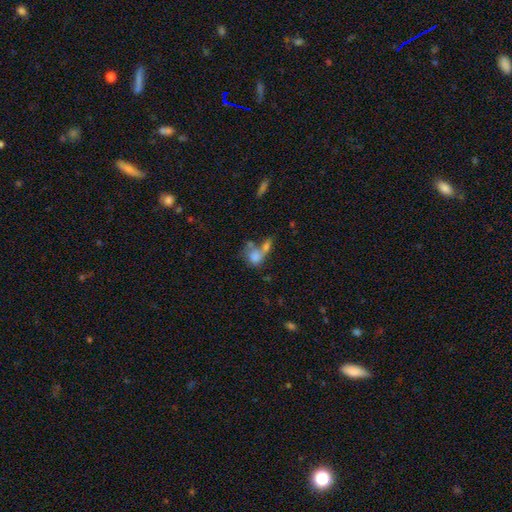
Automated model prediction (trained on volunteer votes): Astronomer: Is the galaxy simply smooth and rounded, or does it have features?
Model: smooth — 72%.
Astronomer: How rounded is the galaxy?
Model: in between — 51% (runner-up: round, 46%).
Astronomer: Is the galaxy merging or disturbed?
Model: merger — 52%.